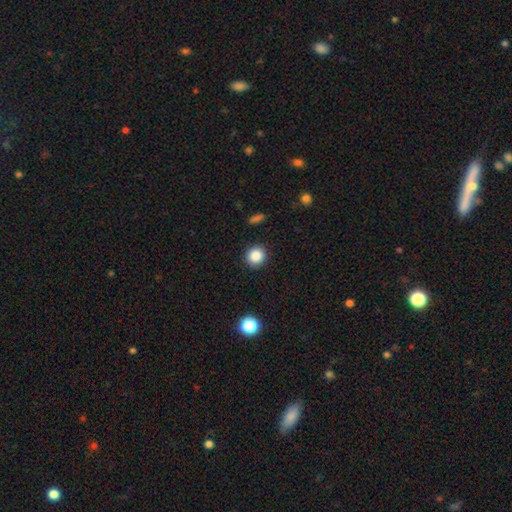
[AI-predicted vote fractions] smooth-or-featured: smooth: 87% | star or artifact: 10% | featured or disk: 3%
  how-rounded: round: 90% | in between: 9% | cigar-shaped: 1%
  merging: none: 90% | minor disturbance: 6% | major disturbance: 2% | merger: 1%